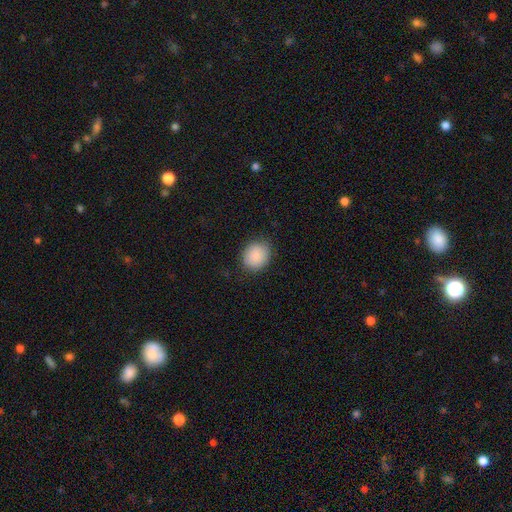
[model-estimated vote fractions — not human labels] Smooth or featured? Predicted: smooth (p=0.89). How rounded? Predicted: round (p=0.66). Merging? Predicted: none (p=0.85).